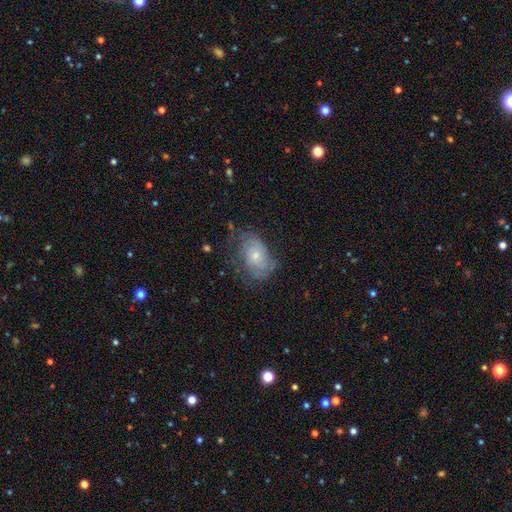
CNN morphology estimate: The model was most divided on "smooth or featured": featured or disk: 50%, smooth: 41%, star or artifact: 8%. Remaining: edge-on disk — no (96%); merging — none (49%).